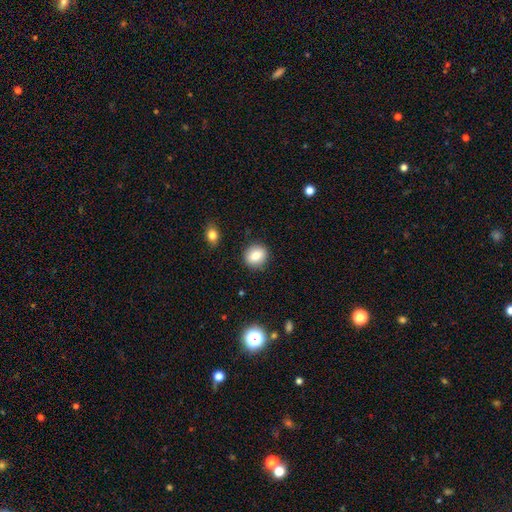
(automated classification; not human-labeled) The model was most divided on "how rounded": round: 71%, in between: 28%, cigar-shaped: 1%. More confident: merging — none (88%); smooth or featured — smooth (83%).